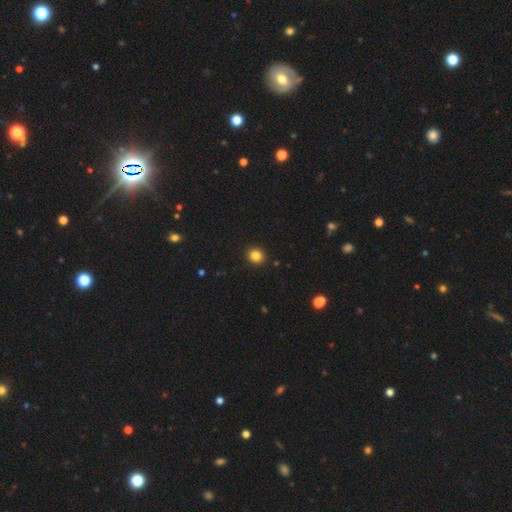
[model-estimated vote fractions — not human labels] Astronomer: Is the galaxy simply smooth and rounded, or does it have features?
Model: smooth — 84%.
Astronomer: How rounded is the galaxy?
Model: round — 85%.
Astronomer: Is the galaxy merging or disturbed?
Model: none — 93%.